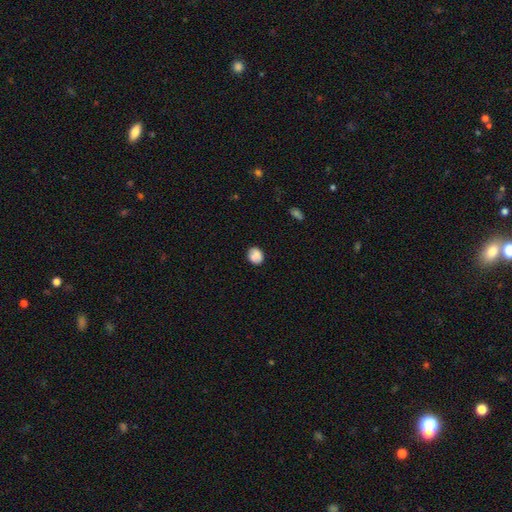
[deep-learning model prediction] smooth 82%, star or artifact 9%, featured or disk 9%. Down the decision tree: how rounded — round (60%); merging — none (77%).